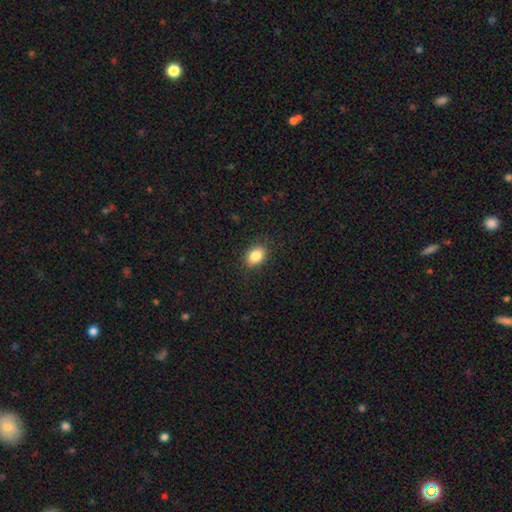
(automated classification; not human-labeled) Q: Smooth or featured?
A: smooth (85%); runner-up: star or artifact (9%)
Q: How rounded?
A: in between (69%); runner-up: round (29%)
Q: Merging?
A: none (87%); runner-up: minor disturbance (10%)